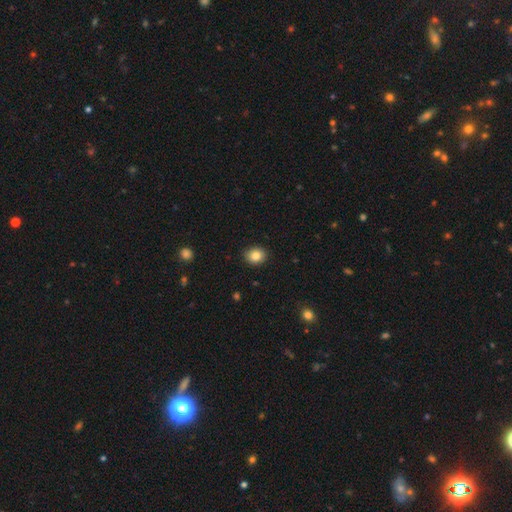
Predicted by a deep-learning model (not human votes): A smooth galaxy with no disk features (84%) that is round (69%). Merging: none (90%).